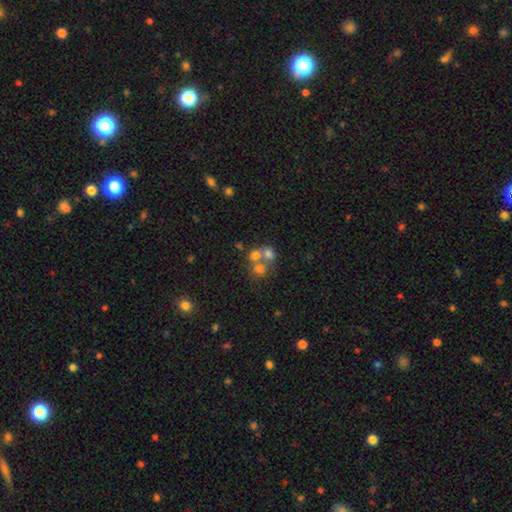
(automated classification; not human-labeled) Smooth or featured: smooth — 64% (featured or disk — 20%)
How rounded: round — 78% (in between — 21%)
Merging: merger — 54% (none — 35%)